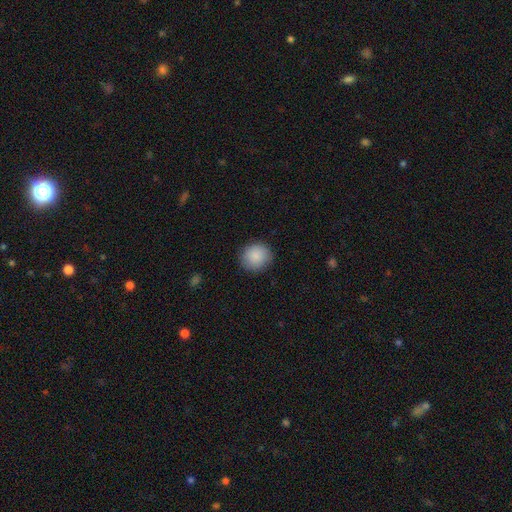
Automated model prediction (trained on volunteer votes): smooth-or-featured: smooth: 88% | star or artifact: 7% | featured or disk: 5%
  how-rounded: round: 88% | in between: 11% | cigar-shaped: 1%
  merging: none: 88% | minor disturbance: 9% | major disturbance: 2% | merger: 1%